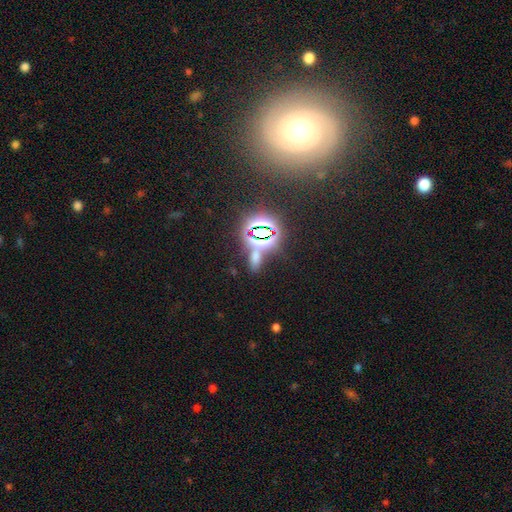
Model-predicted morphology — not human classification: The model was most divided on "smooth or featured": star or artifact: 56%, smooth: 34%, featured or disk: 9%.